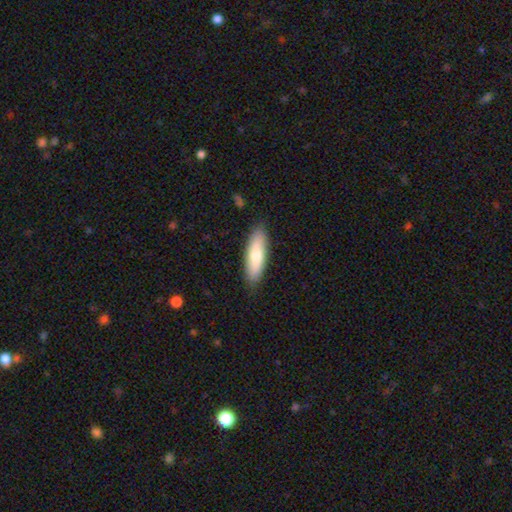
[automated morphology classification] Q: Smooth or featured?
A: smooth (73%); runner-up: featured or disk (22%)
Q: How rounded?
A: cigar-shaped (51%); runner-up: in between (47%)
Q: Merging?
A: none (86%); runner-up: minor disturbance (11%)